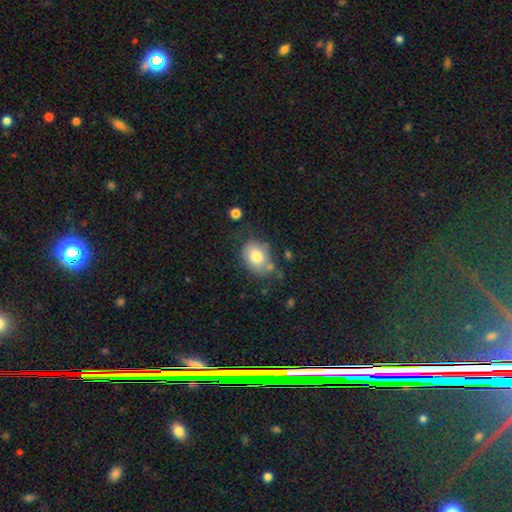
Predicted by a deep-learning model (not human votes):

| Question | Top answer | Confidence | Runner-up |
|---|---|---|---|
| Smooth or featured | smooth | 78% | featured or disk (13%) |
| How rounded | in between | 57% | round (42%) |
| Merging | none | 62% | minor disturbance (23%) |